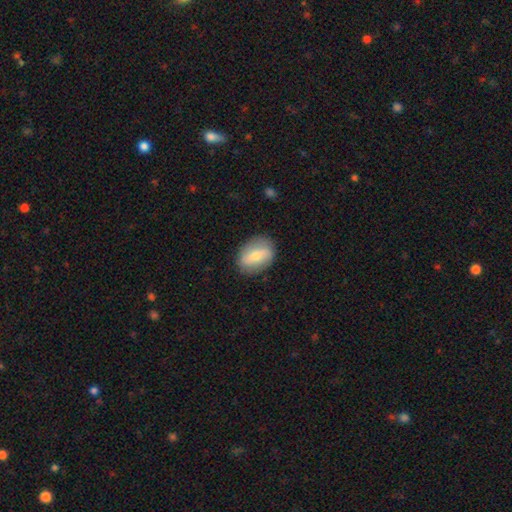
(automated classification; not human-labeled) smooth_or_featured: smooth (p=0.62) [alt: featured or disk p=0.31]
how_rounded: in between (p=0.73) [alt: round p=0.25]
merging: none (p=0.83) [alt: minor disturbance p=0.12]